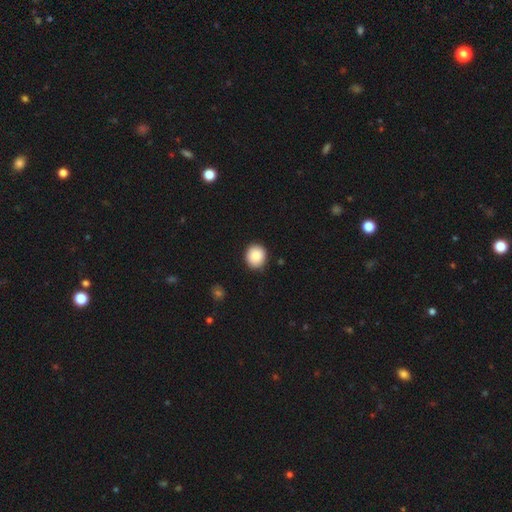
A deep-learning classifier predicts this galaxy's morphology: Smooth or featured?
  - smooth: 88% *
  - star or artifact: 8%
  - featured or disk: 4%
How rounded?
  - round: 85% *
  - in between: 14%
  - cigar-shaped: 1%
Merging?
  - none: 88% *
  - minor disturbance: 9%
  - major disturbance: 2%
  - merger: 1%